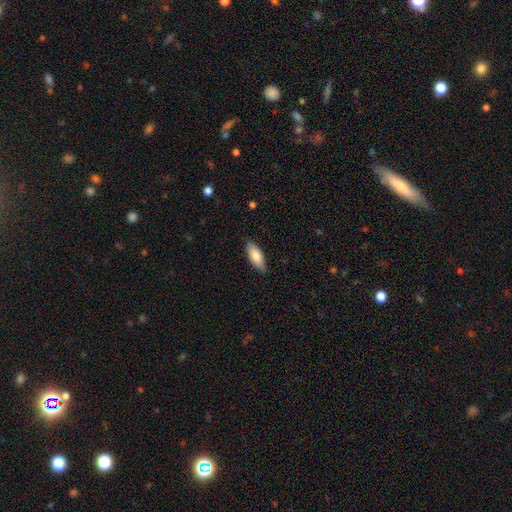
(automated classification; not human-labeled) A smooth galaxy with no disk features (80%) that is in between round and cigar-shaped (75%). Merging: none (86%).